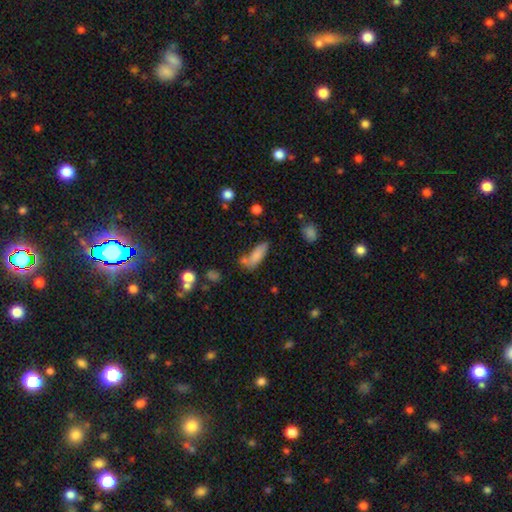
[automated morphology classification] type=smooth (78%); roundness=in between (66%); merging=none (48%).